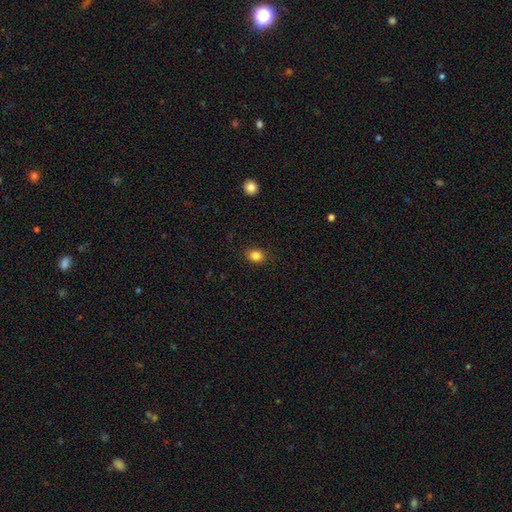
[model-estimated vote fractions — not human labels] smooth_or_featured: smooth (p=0.84) [alt: star or artifact p=0.11]
how_rounded: round (p=0.50) [alt: in between p=0.49]
merging: none (p=0.88) [alt: minor disturbance p=0.09]